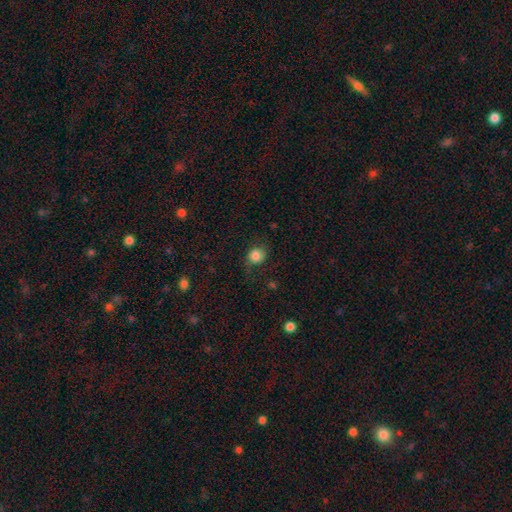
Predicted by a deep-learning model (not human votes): smooth 82%, star or artifact 10%, featured or disk 8%. Down the decision tree: how rounded — round (73%); merging — none (70%).